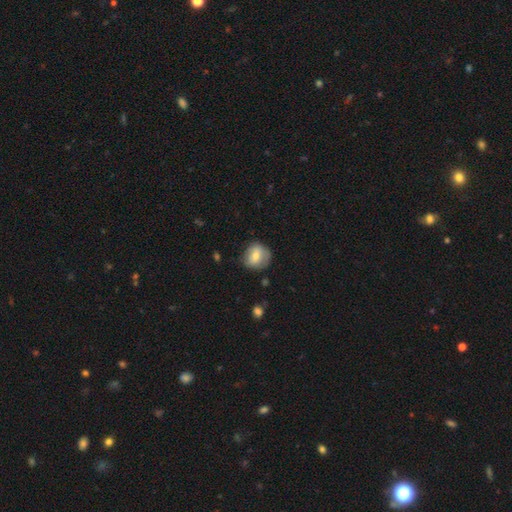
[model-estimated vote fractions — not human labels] Smooth or featured?
  - smooth: 67% *
  - featured or disk: 25%
  - star or artifact: 8%
How rounded?
  - round: 77% *
  - in between: 22%
  - cigar-shaped: 1%
Merging?
  - none: 66% *
  - minor disturbance: 25%
  - major disturbance: 7%
  - merger: 2%